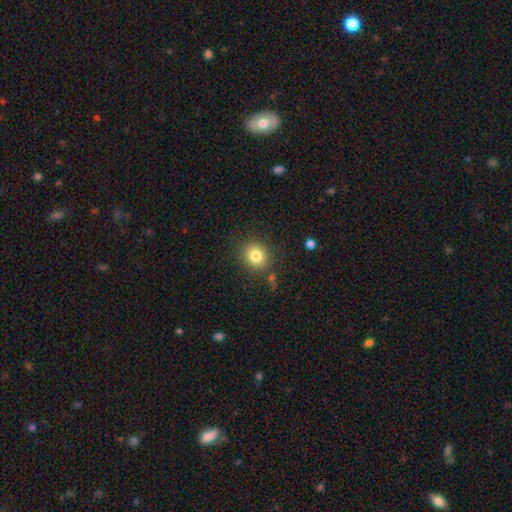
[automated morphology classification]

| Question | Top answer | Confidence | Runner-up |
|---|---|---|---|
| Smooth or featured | smooth | 81% | star or artifact (11%) |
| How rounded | round | 79% | in between (21%) |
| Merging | none | 84% | minor disturbance (9%) |